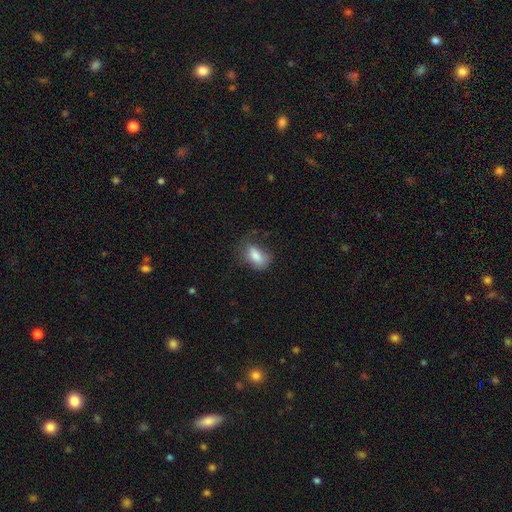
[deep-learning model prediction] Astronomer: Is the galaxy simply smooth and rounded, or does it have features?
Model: smooth — 80%.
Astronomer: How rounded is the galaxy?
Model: in between — 88%.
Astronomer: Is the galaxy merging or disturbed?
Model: none — 51% (runner-up: minor disturbance, 30%).